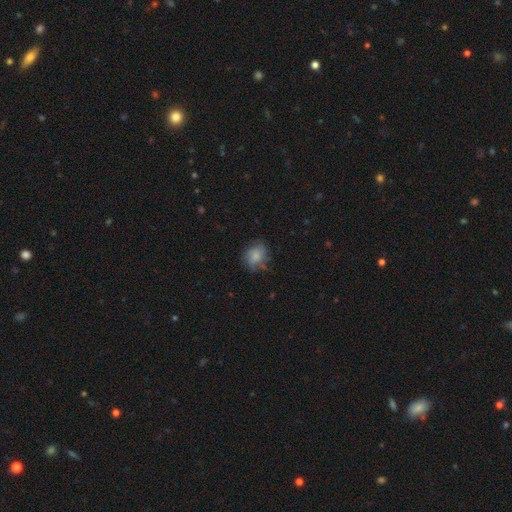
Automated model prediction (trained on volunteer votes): smooth_or_featured: smooth (p=0.76) [alt: featured or disk p=0.15]
how_rounded: round (p=0.57) [alt: in between p=0.41]
merging: none (p=0.65) [alt: minor disturbance p=0.24]